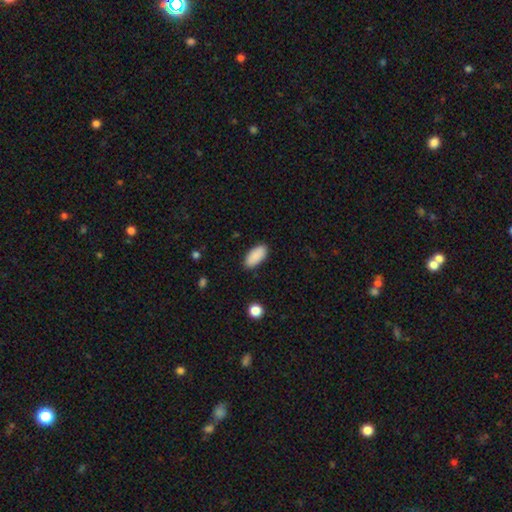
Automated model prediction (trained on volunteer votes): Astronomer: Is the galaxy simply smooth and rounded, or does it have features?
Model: smooth — 90%.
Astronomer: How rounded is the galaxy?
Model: in between — 89%.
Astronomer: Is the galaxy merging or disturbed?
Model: none — 88%.